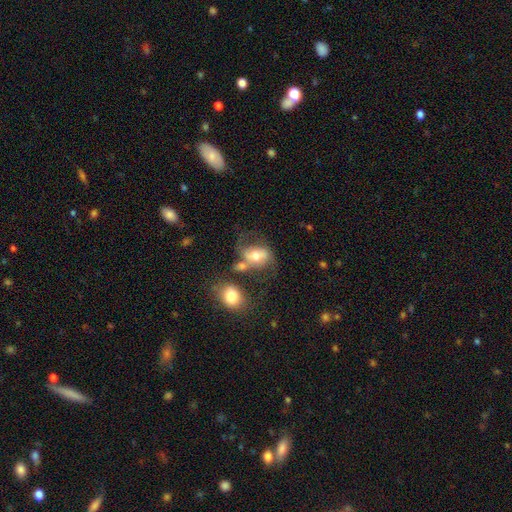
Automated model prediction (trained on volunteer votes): Smooth or featured?
  - featured or disk: 51% *
  - smooth: 39%
  - star or artifact: 10%
Edge-on disk?
  - no: 95% *
  - yes: 5%
Merging?
  - none: 35% *
  - merger: 28%
  - major disturbance: 18%
  - minor disturbance: 18%